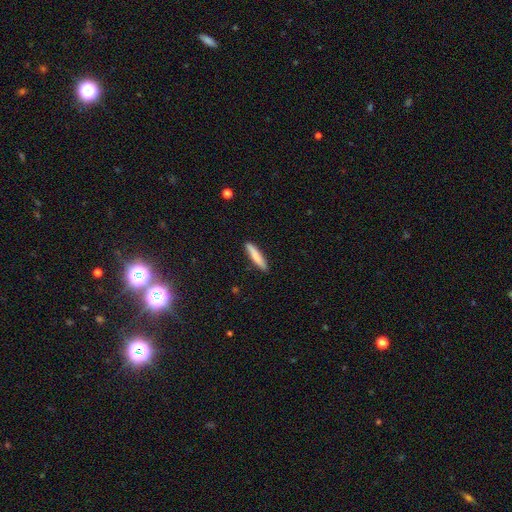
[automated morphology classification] Smooth or featured?
  - smooth: 80% *
  - featured or disk: 14%
  - star or artifact: 6%
How rounded?
  - cigar-shaped: 90% *
  - in between: 9%
  - round: 1%
Merging?
  - none: 90% *
  - minor disturbance: 8%
  - major disturbance: 2%
  - merger: 1%